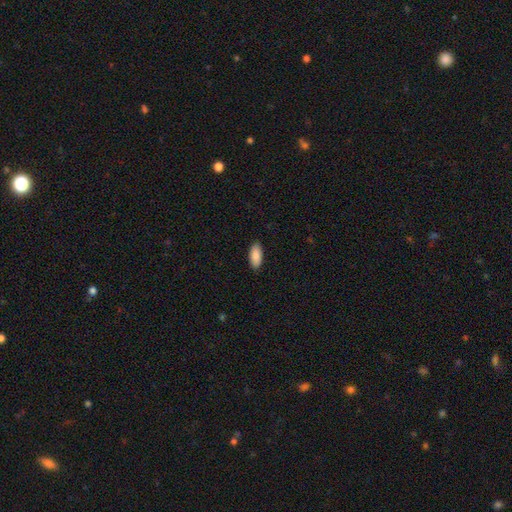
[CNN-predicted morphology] Overall: smooth (89%). How rounded: in between (87%). Merging: none (89%).